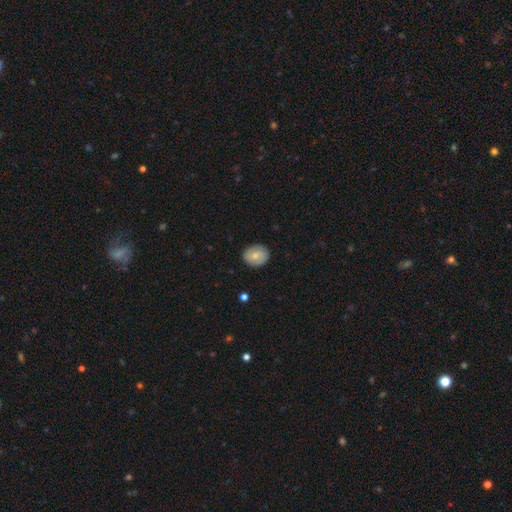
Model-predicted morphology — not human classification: type=smooth (69%); roundness=round (62%); merging=none (87%).